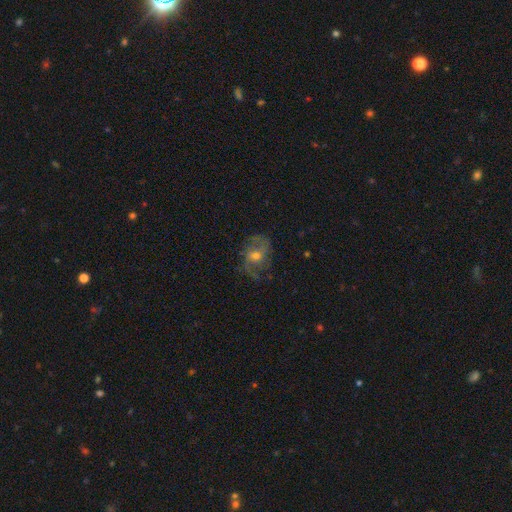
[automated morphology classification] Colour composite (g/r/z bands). It shows a featured or disk galaxy (65%) with no bar (63%), spiral arms (78%) and a moderate central bulge (55%). Merging: none (56%).